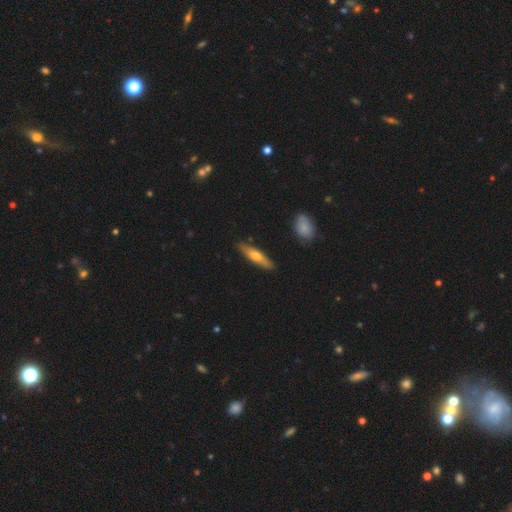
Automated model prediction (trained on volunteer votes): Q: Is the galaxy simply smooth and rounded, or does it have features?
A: smooth — 56%.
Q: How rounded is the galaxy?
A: cigar-shaped — 79%.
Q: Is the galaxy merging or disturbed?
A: none — 88%.